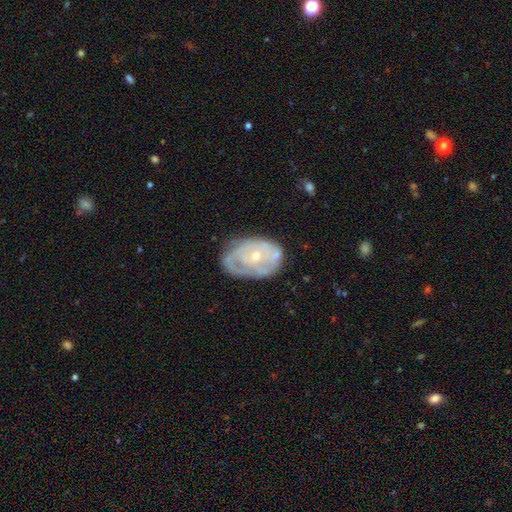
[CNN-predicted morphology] Smooth or featured: featured or disk — 66% (smooth — 28%)
Edge-on disk: no — 96% (yes — 4%)
Bar: no — 83% (weak — 14%)
Spiral arms: yes — 53% (no — 47%)
Bulge size: small — 63% (moderate — 33%)
Merging: none — 56% (minor disturbance — 29%)